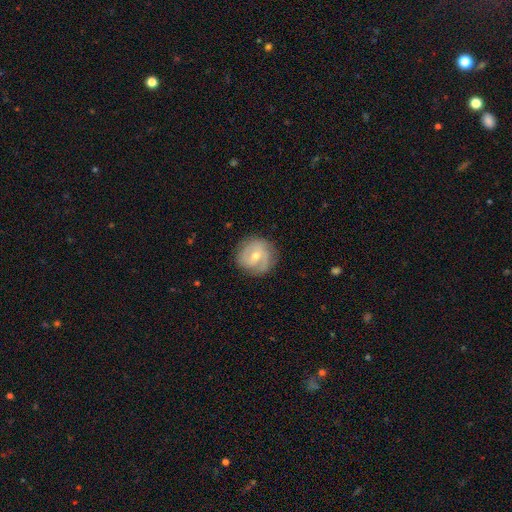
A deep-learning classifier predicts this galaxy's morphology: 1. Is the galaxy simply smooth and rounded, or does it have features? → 74% featured or disk, 19% smooth, 7% star or artifact.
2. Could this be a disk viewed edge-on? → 97% no, 3% yes.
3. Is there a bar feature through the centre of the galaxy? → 46% weak, 41% no, 13% strong.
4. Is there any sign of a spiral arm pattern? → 90% yes, 10% no.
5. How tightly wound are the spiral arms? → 52% tight, 36% medium, 12% loose.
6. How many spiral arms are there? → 55% 2, 20% can't tell, 14% 3, 6% 1, 3% 4, 3% more than 4.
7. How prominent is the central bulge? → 56% moderate, 41% small, 1% large, 1% none, 1% dominant.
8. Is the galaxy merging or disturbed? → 82% none, 13% minor disturbance, 4% major disturbance, 1% merger.